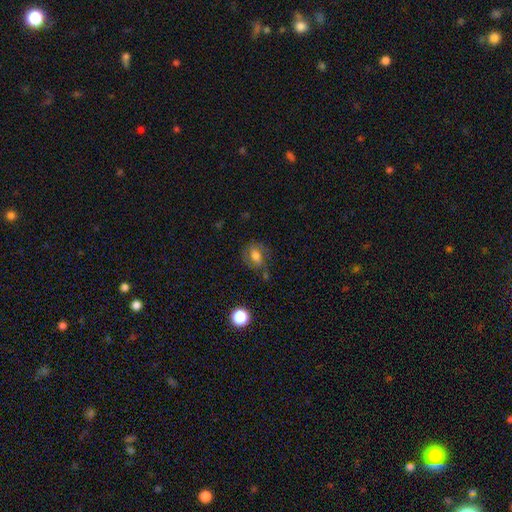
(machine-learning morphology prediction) Q: Smooth or featured?
A: smooth (60%); runner-up: featured or disk (28%)
Q: How rounded?
A: in between (63%); runner-up: round (35%)
Q: Merging?
A: none (62%); runner-up: minor disturbance (22%)